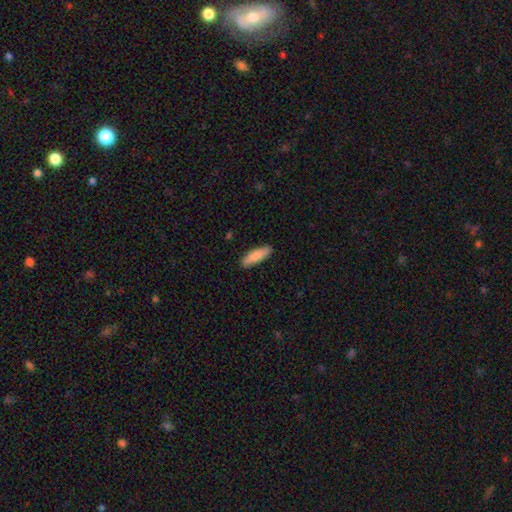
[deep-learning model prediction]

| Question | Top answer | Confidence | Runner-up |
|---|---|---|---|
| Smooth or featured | smooth | 84% | featured or disk (11%) |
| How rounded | cigar-shaped | 60% | in between (38%) |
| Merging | none | 88% | minor disturbance (9%) |